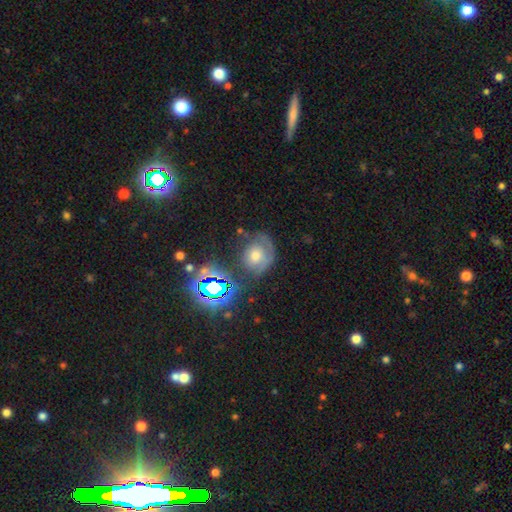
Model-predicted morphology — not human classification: type=smooth (45%); merging=none (50%).